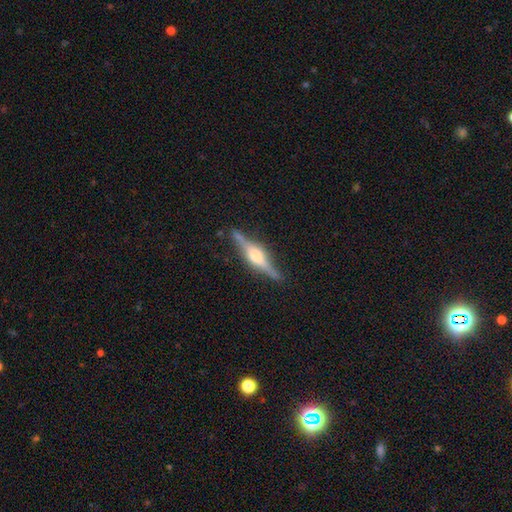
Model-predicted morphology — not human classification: Smooth or featured? Predicted: featured or disk (p=0.82). Edge-on disk? Predicted: yes (p=0.97). Edge-on bulge? Predicted: rounded (p=0.86). Merging? Predicted: none (p=0.86).